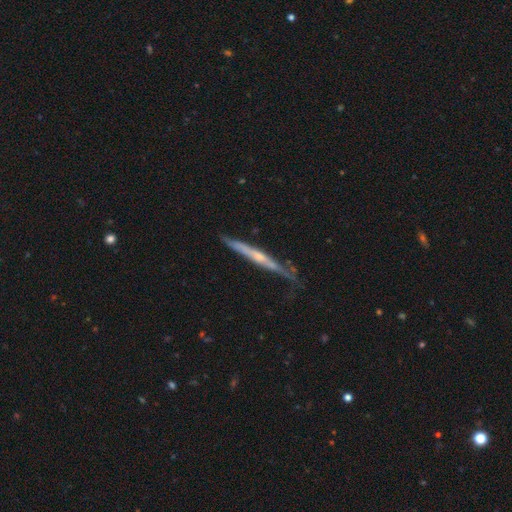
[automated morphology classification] smooth_or_featured: featured or disk (p=0.72) [alt: smooth p=0.22]
disk_edge_on: yes (p=0.95) [alt: no p=0.05]
edge_on_bulge: rounded (p=0.56) [alt: none p=0.38]
merging: none (p=0.72) [alt: minor disturbance p=0.22]